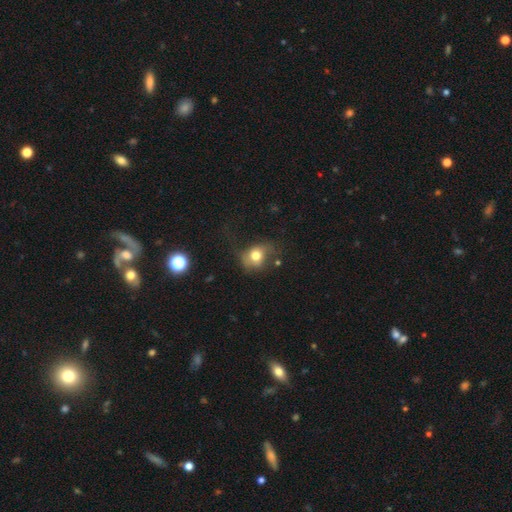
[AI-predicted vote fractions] Overall: smooth (69%). How rounded: round (57%; in between 41%). Merging: none (46%; minor disturbance 27%).